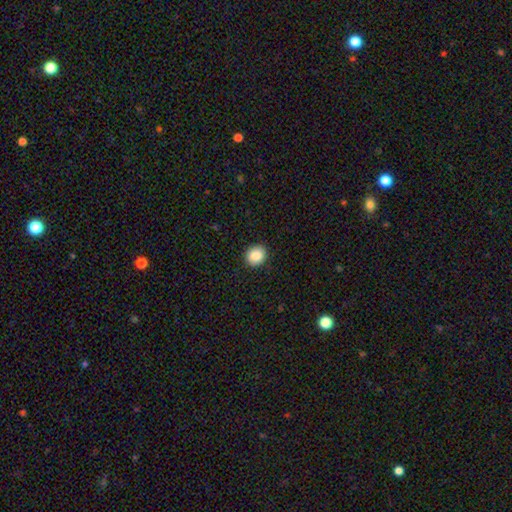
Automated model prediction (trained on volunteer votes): A smooth galaxy with no disk features (87%) that is round (76%).

Vote fractions:
- Smooth or featured? smooth: 87% / star or artifact: 9% / featured or disk: 4%
- How rounded? round: 76% / in between: 23% / cigar-shaped: 1%
- Merging? none: 91% / minor disturbance: 6% / major disturbance: 2% / merger: 1%